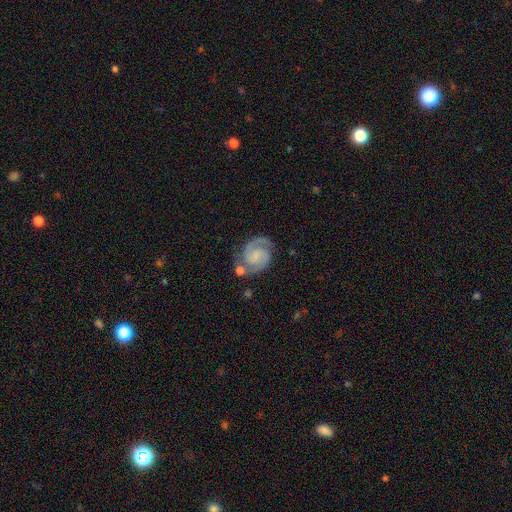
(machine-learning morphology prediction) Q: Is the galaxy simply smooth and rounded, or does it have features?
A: featured or disk — 86%.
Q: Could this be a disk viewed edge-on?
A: no — 98%.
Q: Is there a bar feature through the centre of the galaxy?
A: no — 48%.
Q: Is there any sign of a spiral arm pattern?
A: yes — 98%.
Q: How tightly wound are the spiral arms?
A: medium — 50%.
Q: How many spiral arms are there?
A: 2 — 92%.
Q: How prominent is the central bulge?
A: none — 46%.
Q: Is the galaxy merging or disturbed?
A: none — 69%.